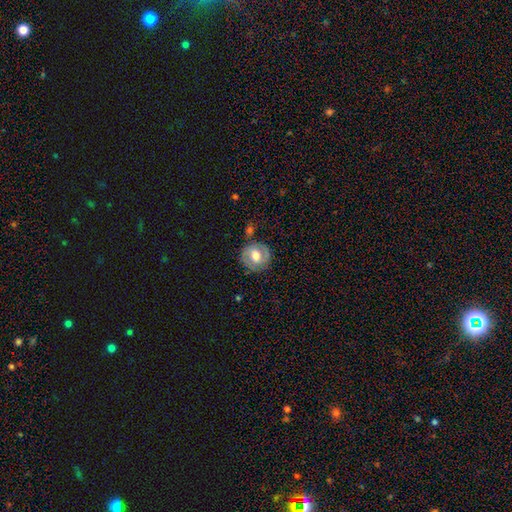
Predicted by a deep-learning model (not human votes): Smooth or featured: smooth — 49% (featured or disk — 44%)
Merging: none — 77% (minor disturbance — 15%)